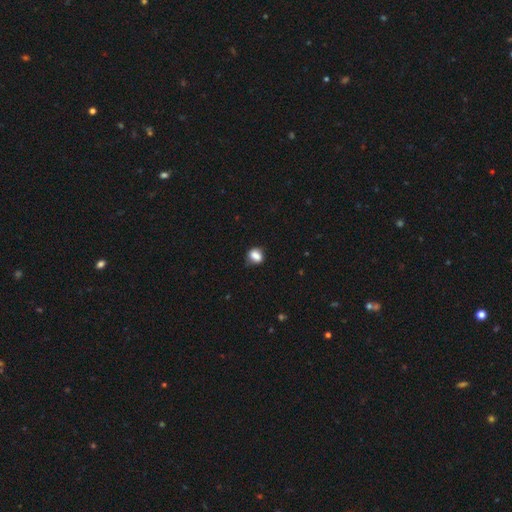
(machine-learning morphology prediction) A smooth galaxy with no disk features (82%) that is in between round and cigar-shaped (58%).

Vote fractions:
- Smooth or featured? smooth: 82% / star or artifact: 10% / featured or disk: 8%
- How rounded? in between: 58% / round: 40% / cigar-shaped: 2%
- Merging? none: 69% / minor disturbance: 22% / major disturbance: 6% / merger: 3%